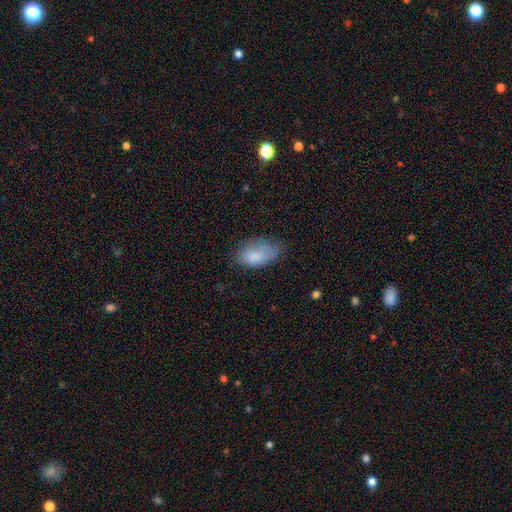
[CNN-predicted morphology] Smooth or featured? Predicted: smooth (p=0.84). How rounded? Predicted: in between (p=0.93). Merging? Predicted: none (p=0.54).